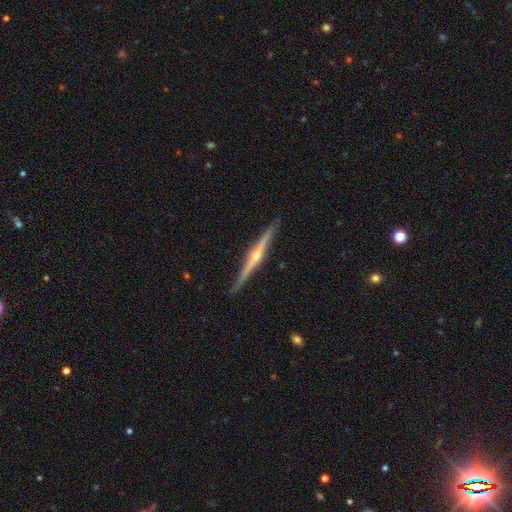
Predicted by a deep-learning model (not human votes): Overall: featured or disk (85%). Edge-on disk: yes (98%). Edge-on bulge: rounded (89%). Merging: none (90%).